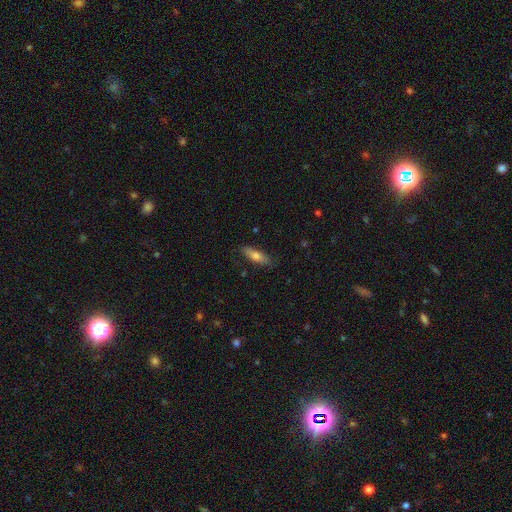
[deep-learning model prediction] smooth 71%, featured or disk 23%, star or artifact 7%. Down the decision tree: how rounded — cigar-shaped (51%); merging — none (83%).